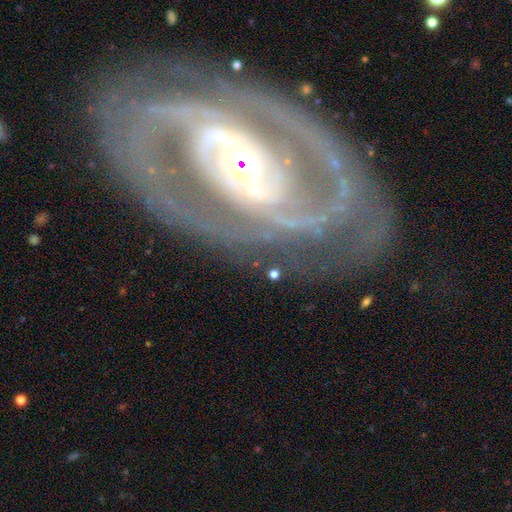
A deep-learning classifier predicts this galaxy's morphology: Smooth or featured? featured or disk (89%)
Edge-on disk? no (95%)
Bar? no (40%)
Spiral arms? yes (94%)
Spiral winding? tight (55%)
Spiral arm count? 2 (73%)
Bulge size? moderate (49%)
Merging? none (79%)